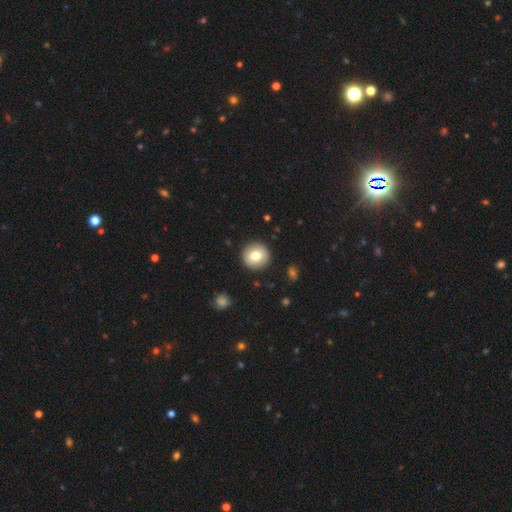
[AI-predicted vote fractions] A smooth galaxy with no disk features (78%) that is round (95%). Merging: none (92%).